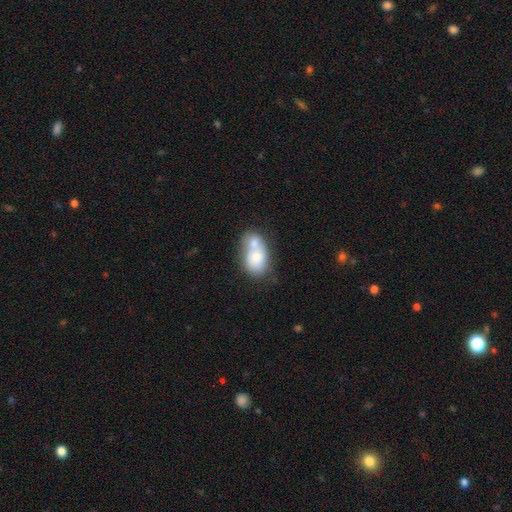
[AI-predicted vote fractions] This is likely a smooth galaxy (69%). How rounded: likely in between (78%). Merging: likely merger (65%).